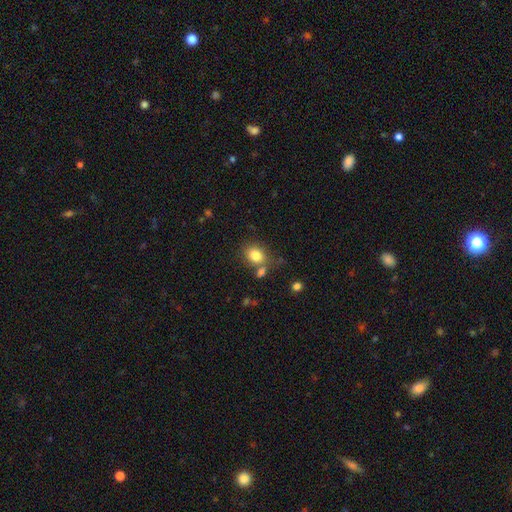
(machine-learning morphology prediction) This is clearly a smooth galaxy (81%). How rounded: possibly in between (52%). Merging: likely none (61%).